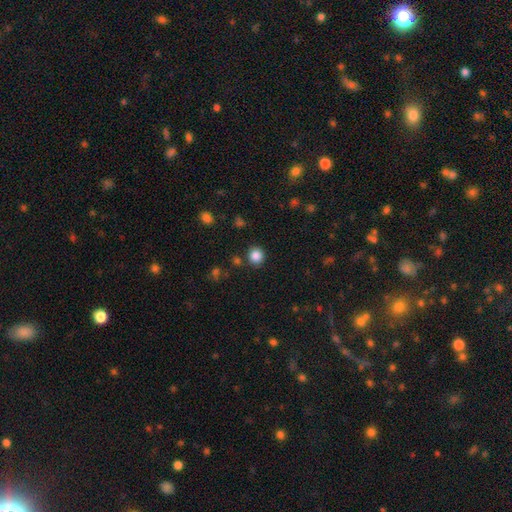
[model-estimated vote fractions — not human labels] A smooth galaxy with no disk features (86%) that is round (90%).

Vote fractions:
- Smooth or featured? smooth: 86% / star or artifact: 11% / featured or disk: 4%
- How rounded? round: 90% / in between: 9% / cigar-shaped: 1%
- Merging? none: 86% / minor disturbance: 7% / merger: 4% / major disturbance: 3%